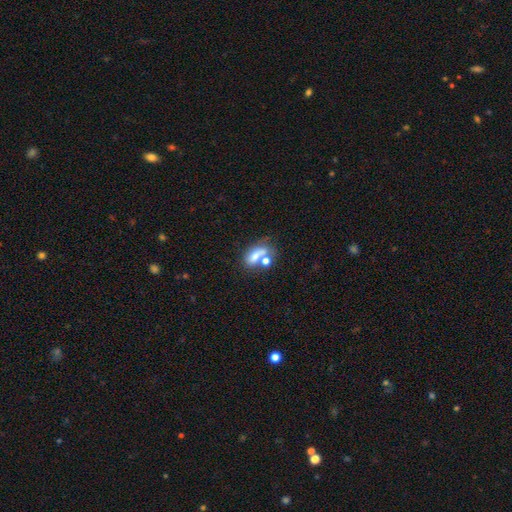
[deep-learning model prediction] Smooth or featured: smooth — 64% (featured or disk — 25%)
How rounded: in between — 77% (round — 14%)
Merging: merger — 47% (none — 28%)